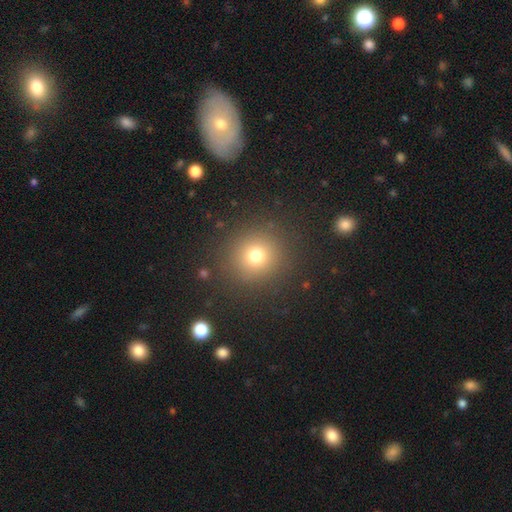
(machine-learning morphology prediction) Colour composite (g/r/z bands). It shows a smooth galaxy with no disk features (74%) that is round (91%). Merging: none (87%).